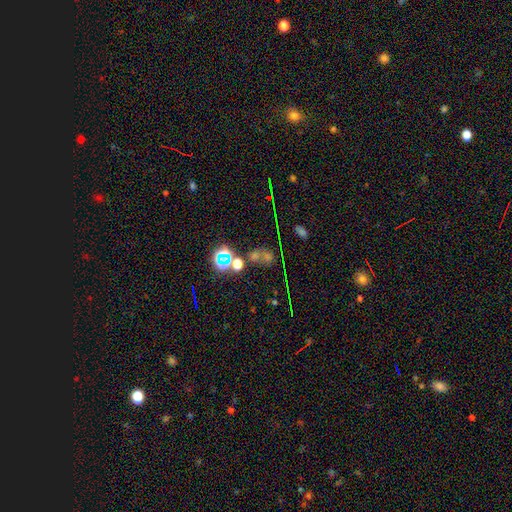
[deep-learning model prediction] smooth-or-featured: star or artifact: 58% | smooth: 28% | featured or disk: 14%